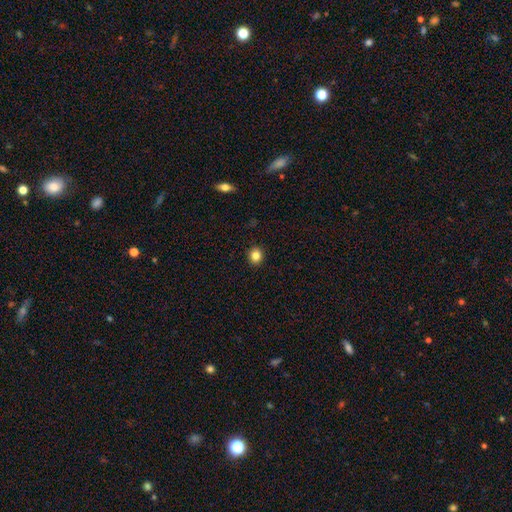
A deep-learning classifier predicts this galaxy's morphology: Q: Smooth or featured?
A: smooth (83%); runner-up: star or artifact (11%)
Q: How rounded?
A: round (80%); runner-up: in between (19%)
Q: Merging?
A: none (92%); runner-up: minor disturbance (5%)